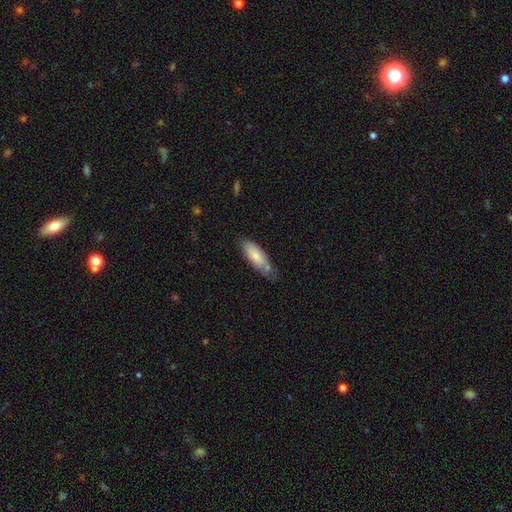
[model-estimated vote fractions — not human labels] Overall: smooth (77%). How rounded: in between (70%). Merging: none (50%; minor disturbance 35%).